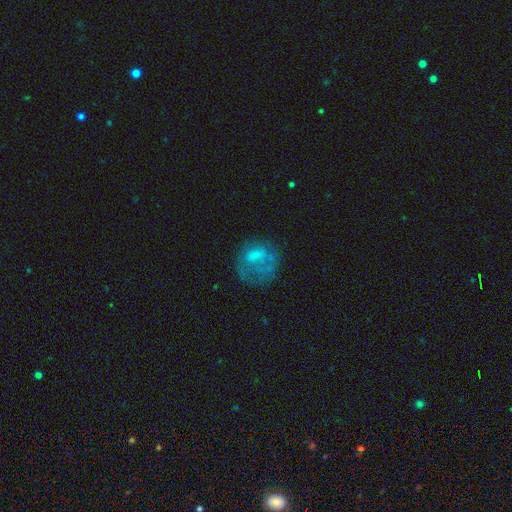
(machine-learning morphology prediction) smooth_or_featured: smooth (p=0.51) [alt: featured or disk p=0.34]
how_rounded: round (p=0.66) [alt: in between p=0.32]
merging: none (p=0.46) [alt: major disturbance p=0.30]